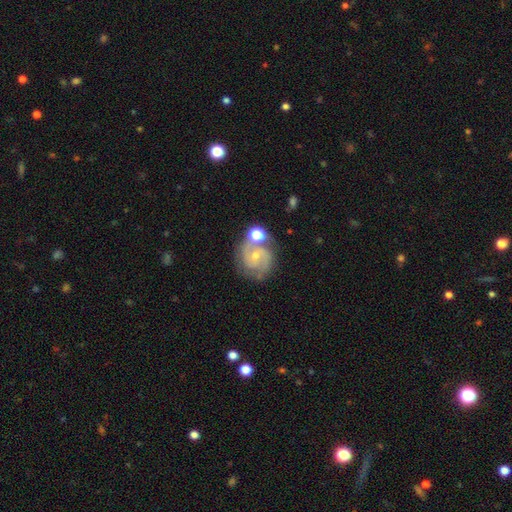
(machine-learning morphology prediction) This appears to be a featured or disk galaxy (82%) with no bar (56%), 2 (80%) medium (50%) spiral arms (96%) and a small central bulge (53%). Merging: none (61%).